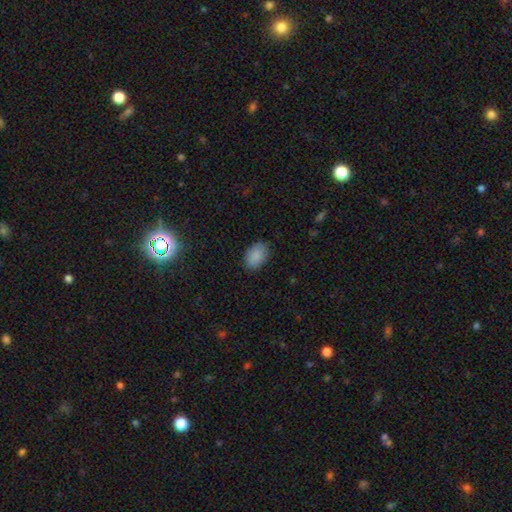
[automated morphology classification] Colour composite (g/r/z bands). It shows a smooth galaxy with no disk features (88%) that is in between round and cigar-shaped (88%). Merging: none (86%).